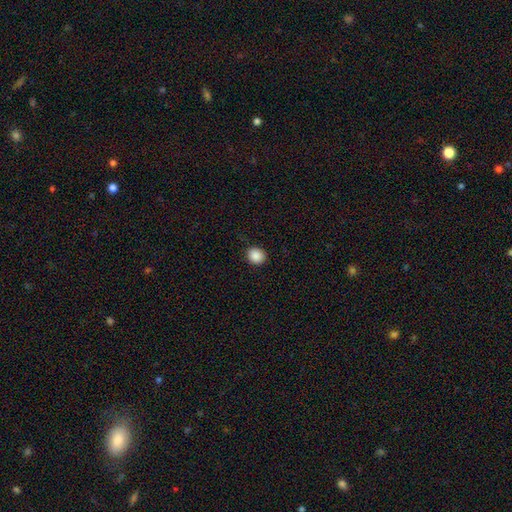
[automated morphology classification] A smooth galaxy with no disk features (89%) that is round (81%).

Vote fractions:
- Smooth or featured? smooth: 89% / star or artifact: 9% / featured or disk: 2%
- How rounded? round: 81% / in between: 18% / cigar-shaped: 1%
- Merging? none: 90% / minor disturbance: 7% / major disturbance: 2% / merger: 1%